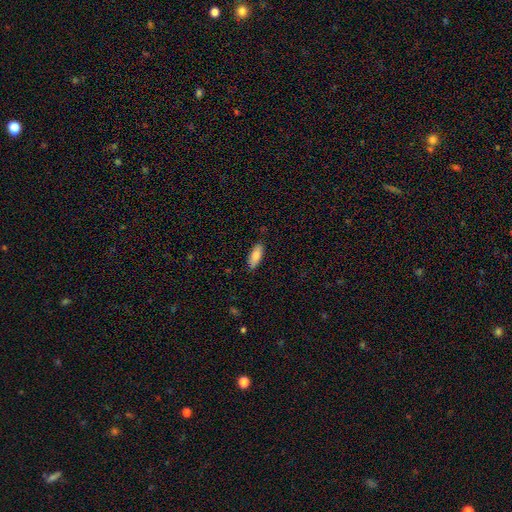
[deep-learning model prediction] Overall: smooth (82%). How rounded: in between (78%). Merging: none (84%).